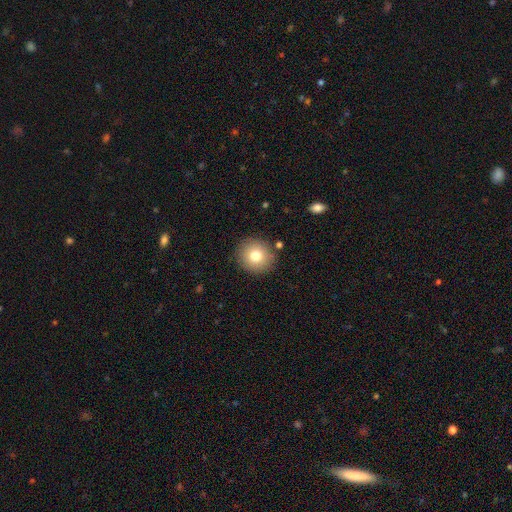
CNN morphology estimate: Smooth or featured: smooth — 76% (featured or disk — 12%)
How rounded: round — 91% (in between — 8%)
Merging: none — 88% (minor disturbance — 7%)